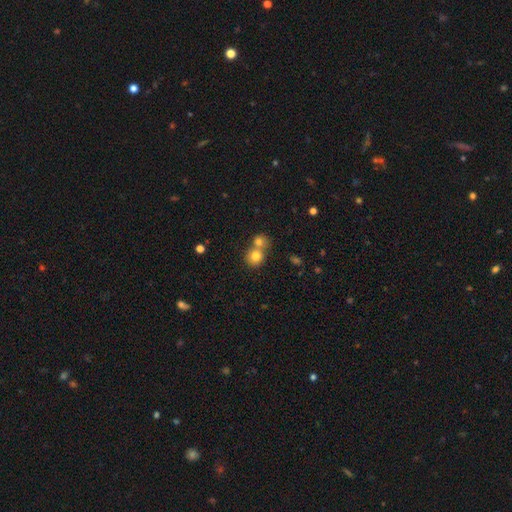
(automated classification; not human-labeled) Morphology: type=smooth (79%); roundness=round (82%); merging=merger (52%).